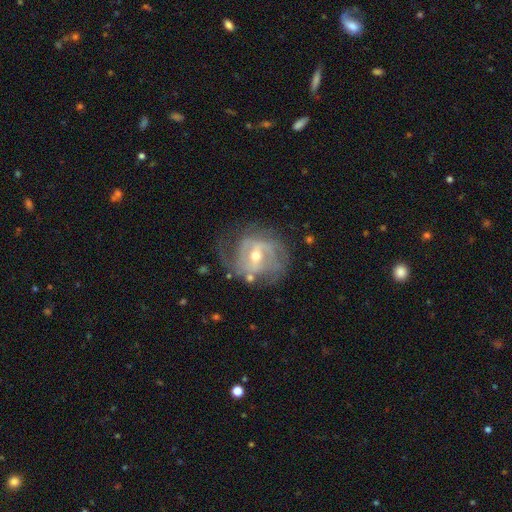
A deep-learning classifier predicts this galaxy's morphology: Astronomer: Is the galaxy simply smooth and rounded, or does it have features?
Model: featured or disk — 84%.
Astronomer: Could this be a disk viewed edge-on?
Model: no — 97%.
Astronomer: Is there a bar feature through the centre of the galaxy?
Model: weak — 50% (runner-up: strong, 30%).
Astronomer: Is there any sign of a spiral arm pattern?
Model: yes — 88%.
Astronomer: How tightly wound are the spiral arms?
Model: tight — 44% (runner-up: medium, 40%).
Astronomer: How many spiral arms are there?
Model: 2 — 42% (runner-up: can't tell, 29%).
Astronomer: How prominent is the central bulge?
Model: moderate — 62%.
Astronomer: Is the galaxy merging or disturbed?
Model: none — 61%.